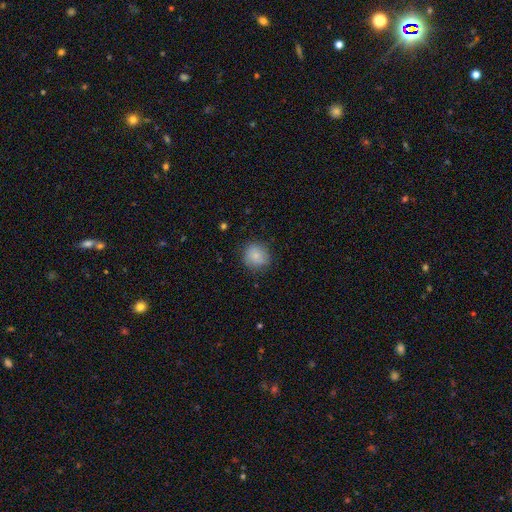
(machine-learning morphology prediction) The model was most divided on "merging": none: 79%, minor disturbance: 16%, major disturbance: 4%, merger: 1%. More confident: how rounded — round (88%); smooth or featured — smooth (82%).